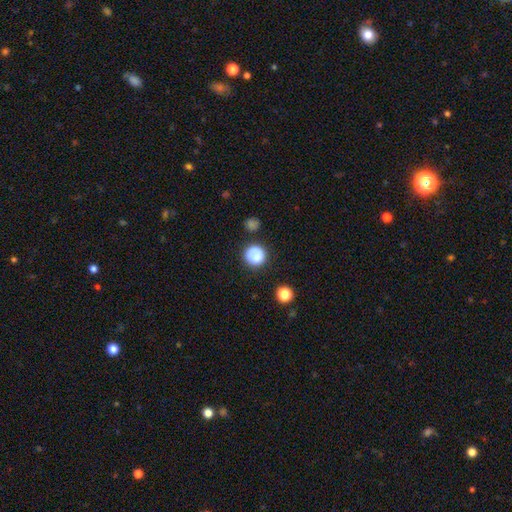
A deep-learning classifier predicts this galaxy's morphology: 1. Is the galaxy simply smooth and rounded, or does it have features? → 79% smooth, 11% featured or disk, 10% star or artifact.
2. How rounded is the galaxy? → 90% round, 9% in between, 1% cigar-shaped.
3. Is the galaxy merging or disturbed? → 71% none, 16% minor disturbance, 7% merger, 6% major disturbance.